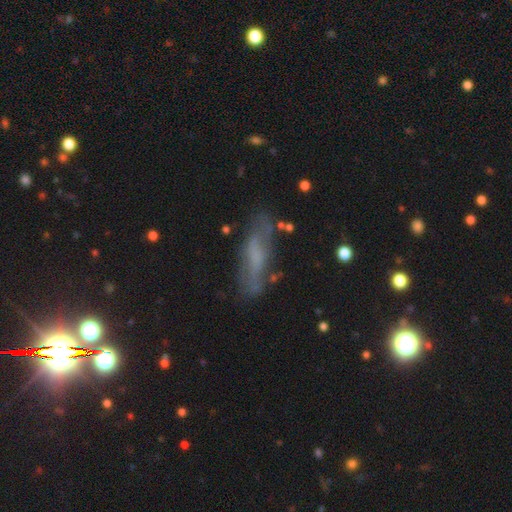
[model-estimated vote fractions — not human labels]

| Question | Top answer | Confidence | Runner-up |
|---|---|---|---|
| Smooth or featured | featured or disk | 45% | smooth (41%) |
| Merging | none | 64% | minor disturbance (21%) |